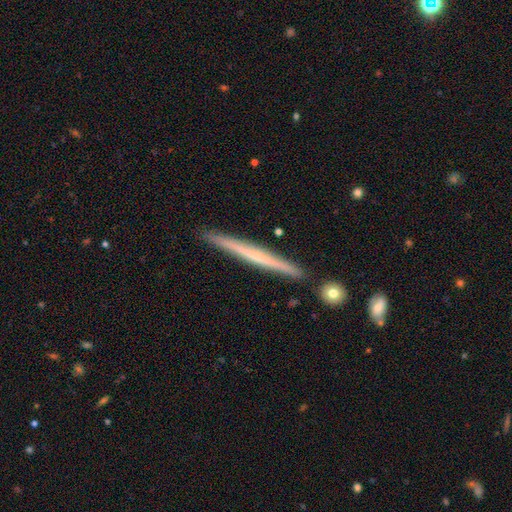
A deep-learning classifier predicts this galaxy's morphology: A featured or disk galaxy (58%) viewed edge-on (97%) with no central bulge (80%).

Vote fractions:
- Smooth or featured? featured or disk: 58% / smooth: 36% / star or artifact: 6%
- Edge-on disk? yes: 97% / no: 3%
- Edge-on bulge? none: 80% / rounded: 16% / boxy: 5%
- Merging? none: 90% / minor disturbance: 6% / merger: 2% / major disturbance: 1%